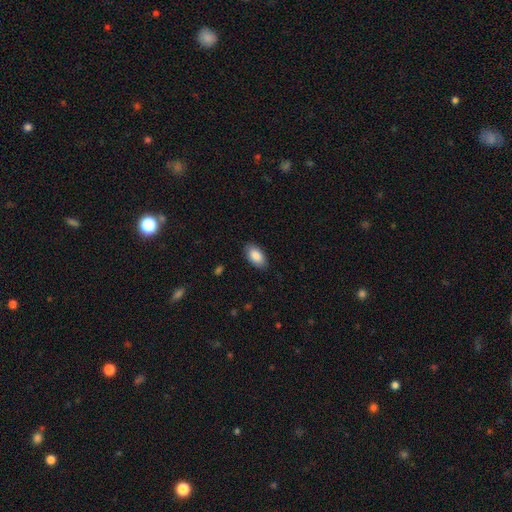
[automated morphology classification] type=smooth (87%); roundness=in between (95%); merging=none (86%).